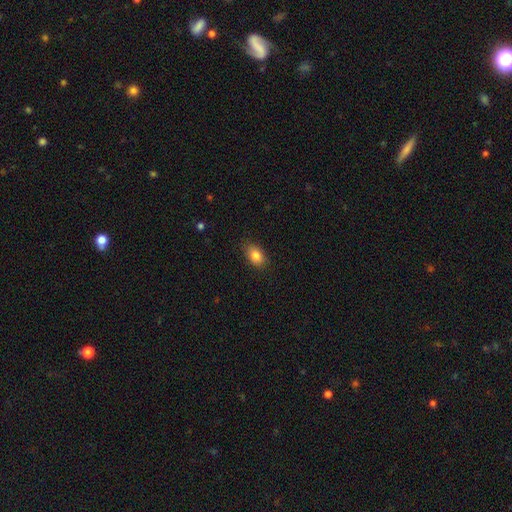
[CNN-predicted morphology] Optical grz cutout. It shows a smooth galaxy with no disk features (84%) that is in between round and cigar-shaped (82%). Merging: none (83%).